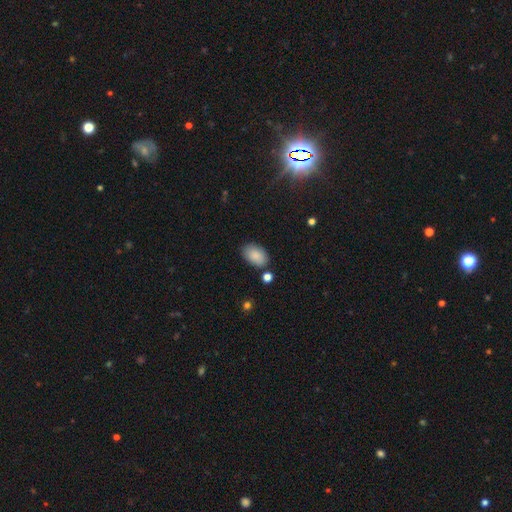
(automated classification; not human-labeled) This is clearly a smooth galaxy (88%). How rounded: clearly in between (91%). Merging: clearly none (80%).